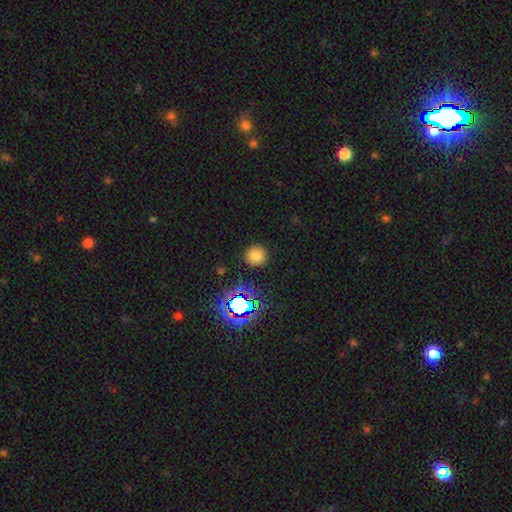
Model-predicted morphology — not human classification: smooth_or_featured: smooth (p=0.75) [alt: star or artifact p=0.19]
how_rounded: round (p=0.93) [alt: in between p=0.06]
merging: none (p=0.90) [alt: minor disturbance p=0.06]